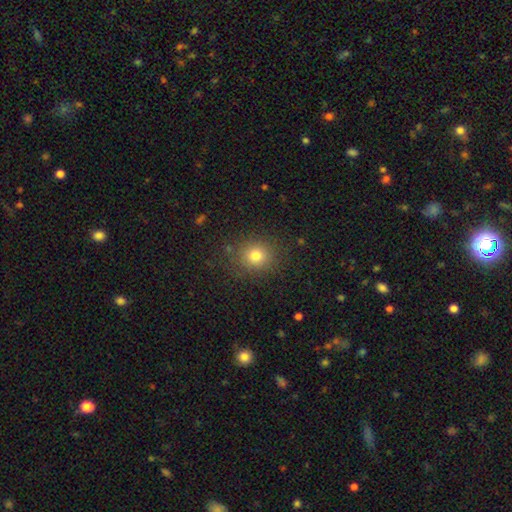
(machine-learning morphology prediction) A smooth galaxy with no disk features (79%) that is round (81%).

Vote fractions:
- Smooth or featured? smooth: 79% / star or artifact: 14% / featured or disk: 7%
- How rounded? round: 81% / in between: 18% / cigar-shaped: 1%
- Merging? none: 86% / minor disturbance: 9% / major disturbance: 4% / merger: 2%